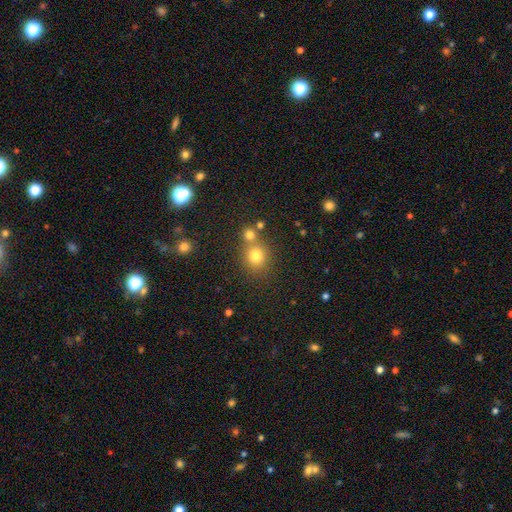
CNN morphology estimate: Smooth or featured? Predicted: smooth (p=0.77). How rounded? Predicted: round (p=0.82). Merging? Predicted: none (p=0.61).